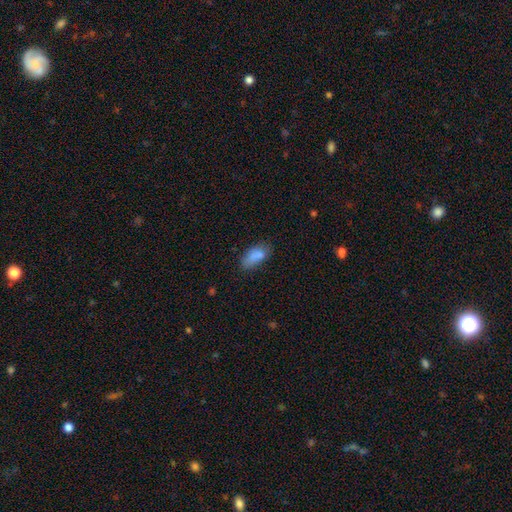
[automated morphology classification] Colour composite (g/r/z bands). It shows a smooth galaxy with no disk features (82%) that is in between round and cigar-shaped (89%). Merging: none (58%).